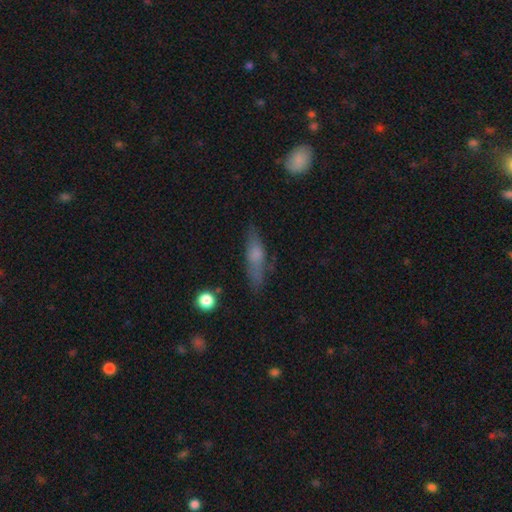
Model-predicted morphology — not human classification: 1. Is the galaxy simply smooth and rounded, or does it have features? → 55% smooth, 36% featured or disk, 9% star or artifact.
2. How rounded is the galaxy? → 68% cigar-shaped, 28% in between, 4% round.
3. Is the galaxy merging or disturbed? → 71% none, 20% minor disturbance, 7% major disturbance, 3% merger.